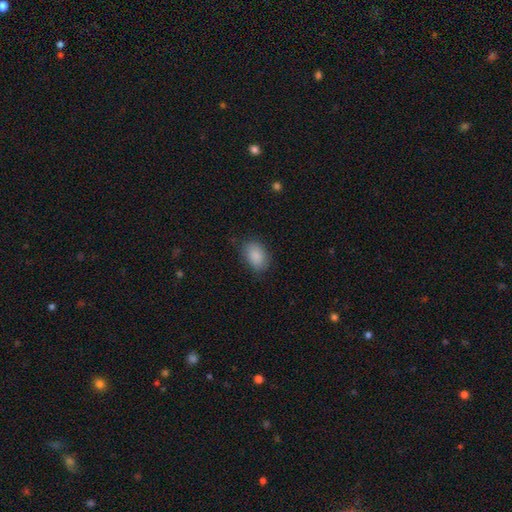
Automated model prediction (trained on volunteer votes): smooth 88%, star or artifact 7%, featured or disk 5%. Down the decision tree: how rounded — in between (80%); merging — none (78%).